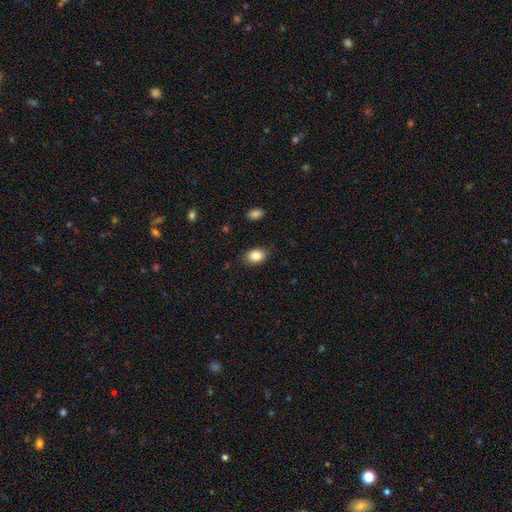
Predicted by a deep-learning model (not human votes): Smooth or featured? smooth (86%)
How rounded? in between (81%)
Merging? none (84%)